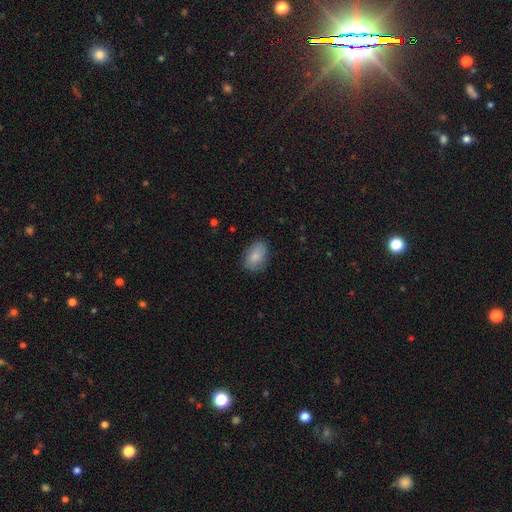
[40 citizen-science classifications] A smooth galaxy with no disk features (90%) that is in between round and cigar-shaped (83%).

Vote fractions:
- Smooth or featured? smooth: 90% / featured or disk: 8% / star or artifact: 2%
- How rounded? in between: 83% / round: 11% / cigar-shaped: 6%
- Merging? none: 85% / minor disturbance: 13% / merger: 3% / major disturbance: 0%